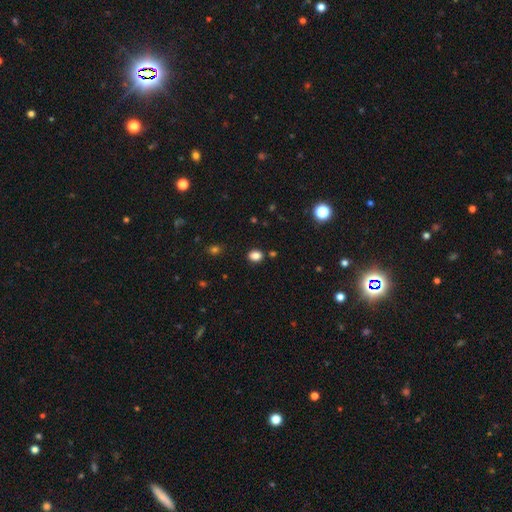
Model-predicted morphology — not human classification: smooth_or_featured: smooth (p=0.84) [alt: star or artifact p=0.12]
how_rounded: in between (p=0.54) [alt: round p=0.44]
merging: none (p=0.85) [alt: minor disturbance p=0.09]